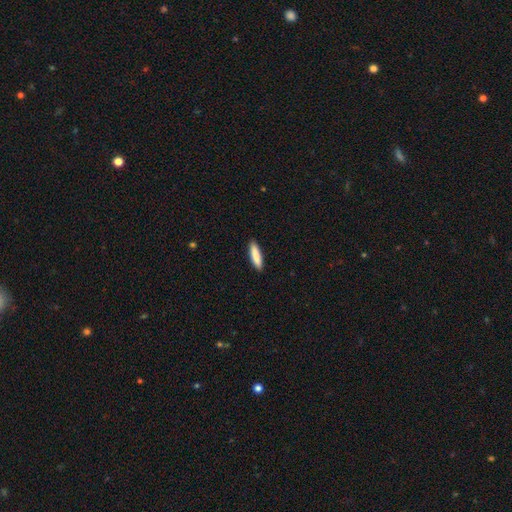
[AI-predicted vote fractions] Smooth or featured? smooth (88%)
How rounded? cigar-shaped (76%)
Merging? none (91%)